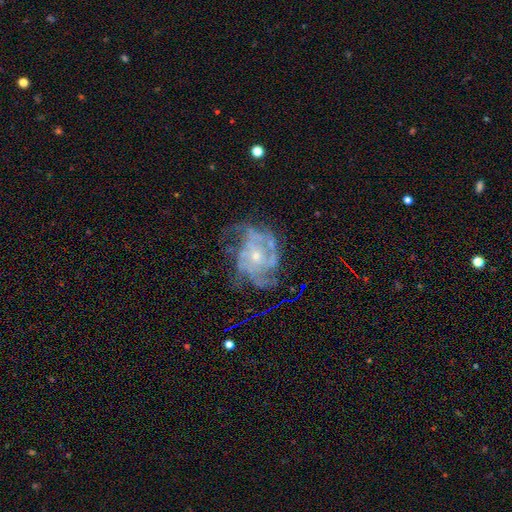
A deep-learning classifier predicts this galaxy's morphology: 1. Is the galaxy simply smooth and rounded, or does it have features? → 83% featured or disk, 9% star or artifact, 8% smooth.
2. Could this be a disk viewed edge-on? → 97% no, 3% yes.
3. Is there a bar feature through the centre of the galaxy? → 77% no, 19% weak, 4% strong.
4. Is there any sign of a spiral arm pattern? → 89% yes, 11% no.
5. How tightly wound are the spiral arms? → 46% tight, 39% medium, 15% loose.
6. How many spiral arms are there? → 33% can't tell, 21% 3, 17% 2, 17% 4, 7% more than 4, 6% 1.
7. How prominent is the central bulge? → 70% small, 26% moderate, 2% none, 1% large, 1% dominant.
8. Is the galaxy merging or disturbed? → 54% none, 22% major disturbance, 21% minor disturbance, 2% merger.